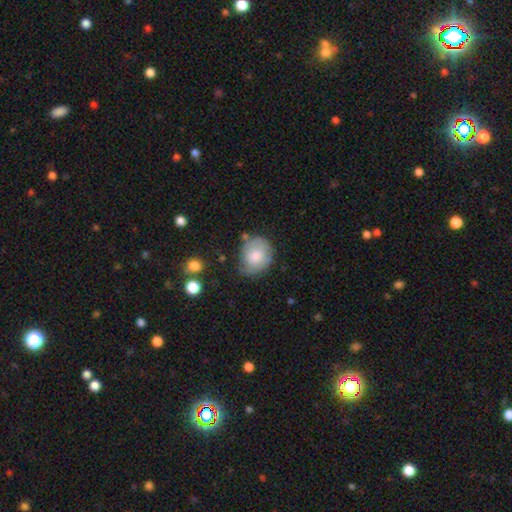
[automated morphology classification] Smooth or featured? smooth (61%)
How rounded? round (59%)
Merging? none (59%)